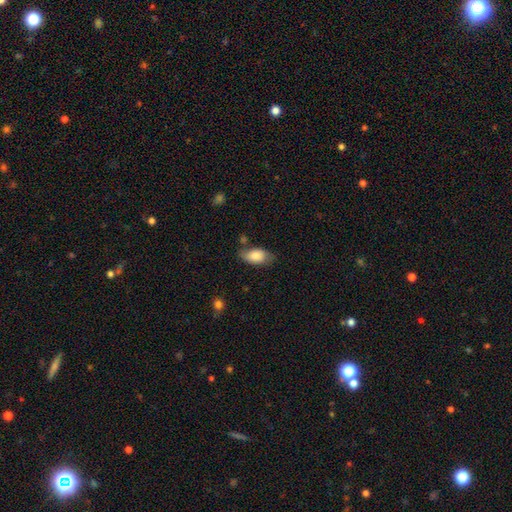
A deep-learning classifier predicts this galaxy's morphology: Smooth or featured?
  - smooth: 80% *
  - featured or disk: 13%
  - star or artifact: 7%
How rounded?
  - in between: 92% *
  - round: 5%
  - cigar-shaped: 3%
Merging?
  - none: 68% *
  - minor disturbance: 22%
  - major disturbance: 5%
  - merger: 5%